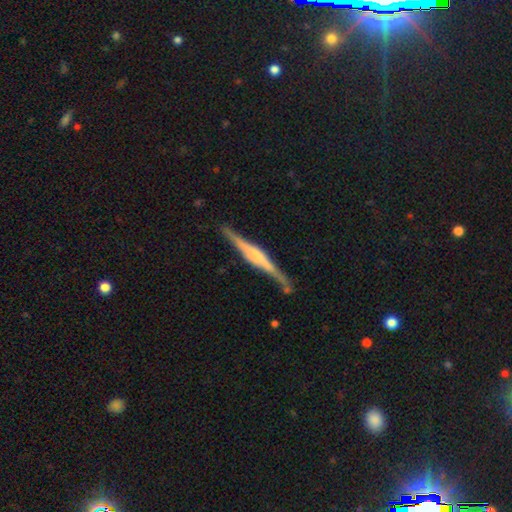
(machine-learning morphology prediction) A featured or disk galaxy (80%) viewed edge-on (98%) with a rounded central bulge (54%). Merging: none (84%).